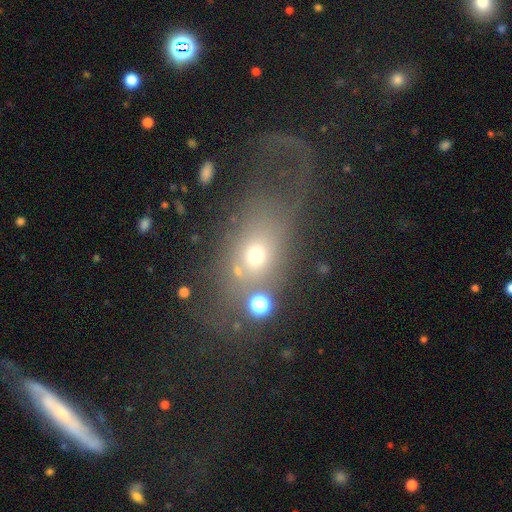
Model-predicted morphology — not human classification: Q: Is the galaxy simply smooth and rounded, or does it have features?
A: smooth — 58%.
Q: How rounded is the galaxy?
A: in between — 59%.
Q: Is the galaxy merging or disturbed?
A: none — 44%.